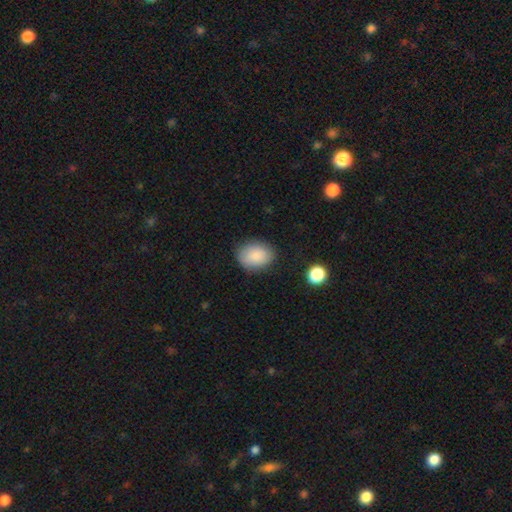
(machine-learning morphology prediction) smooth-or-featured: smooth: 86% | star or artifact: 7% | featured or disk: 6%
  how-rounded: in between: 62% | round: 37% | cigar-shaped: 1%
  merging: none: 83% | minor disturbance: 12% | major disturbance: 3% | merger: 2%